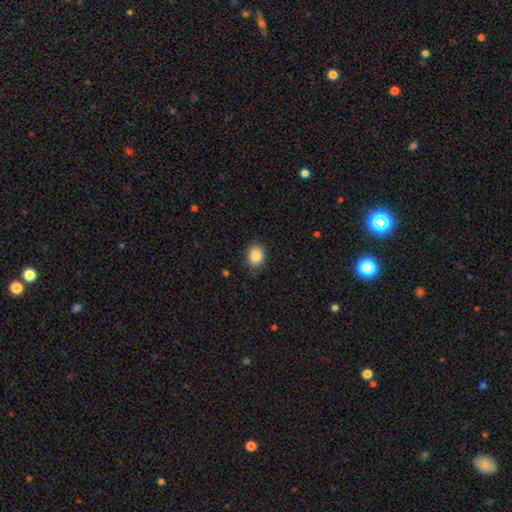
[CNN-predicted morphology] smooth-or-featured: smooth: 86% | star or artifact: 9% | featured or disk: 5%
  how-rounded: in between: 59% | round: 41% | cigar-shaped: 1%
  merging: none: 84% | minor disturbance: 13% | major disturbance: 3% | merger: 1%